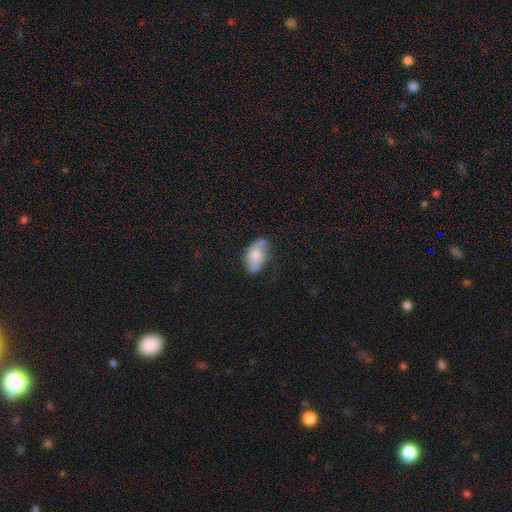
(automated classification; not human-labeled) Smooth or featured?
  - smooth: 64% *
  - featured or disk: 28%
  - star or artifact: 7%
How rounded?
  - in between: 91% *
  - round: 5%
  - cigar-shaped: 4%
Merging?
  - none: 48% *
  - minor disturbance: 35%
  - major disturbance: 14%
  - merger: 3%